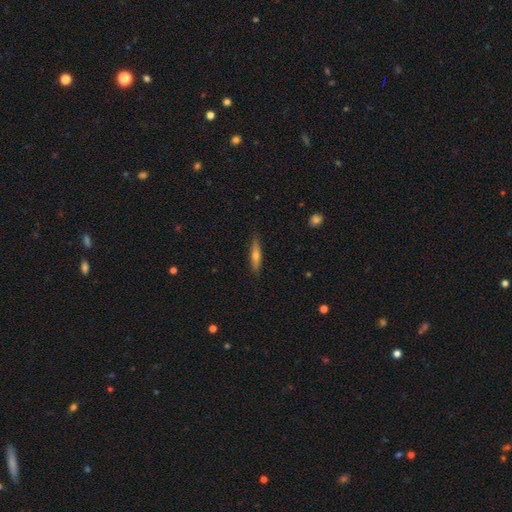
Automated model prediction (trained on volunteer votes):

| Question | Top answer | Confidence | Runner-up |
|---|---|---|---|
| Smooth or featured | smooth | 55% | featured or disk (38%) |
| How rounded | cigar-shaped | 80% | in between (18%) |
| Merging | none | 87% | minor disturbance (10%) |